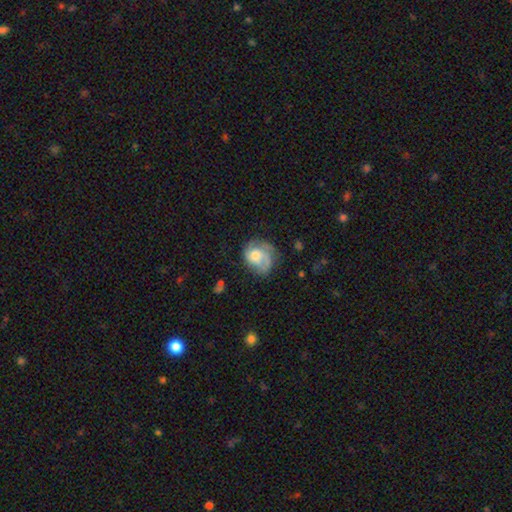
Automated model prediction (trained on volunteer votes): Smooth or featured?
  - featured or disk: 61% *
  - smooth: 32%
  - star or artifact: 7%
Edge-on disk?
  - no: 98% *
  - yes: 2%
Bar?
  - no: 76% *
  - weak: 21%
  - strong: 3%
Spiral arms?
  - yes: 86% *
  - no: 14%
Spiral winding?
  - medium: 40% *
  - tight: 37%
  - loose: 22%
Spiral arm count?
  - 2: 34% *
  - can't tell: 22%
  - 1: 18%
  - 3: 18%
  - 4: 4%
  - more than 4: 3%
Bulge size?
  - moderate: 56% *
  - small: 24%
  - large: 14%
  - none: 5%
  - dominant: 2%
Merging?
  - none: 55% *
  - minor disturbance: 25%
  - major disturbance: 18%
  - merger: 2%